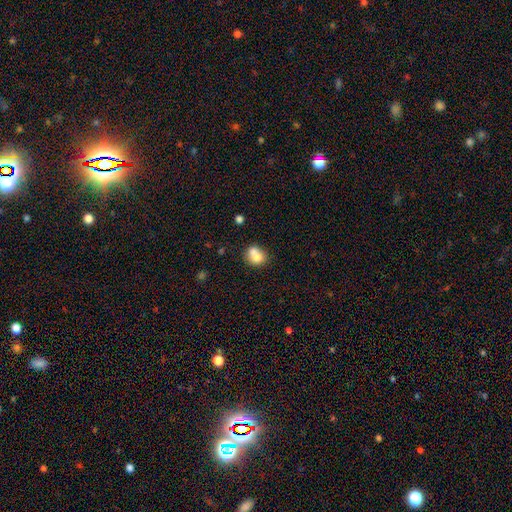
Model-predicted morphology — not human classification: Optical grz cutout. It shows a smooth galaxy with no disk features (75%) that is round (63%). Merging: merger (46%).